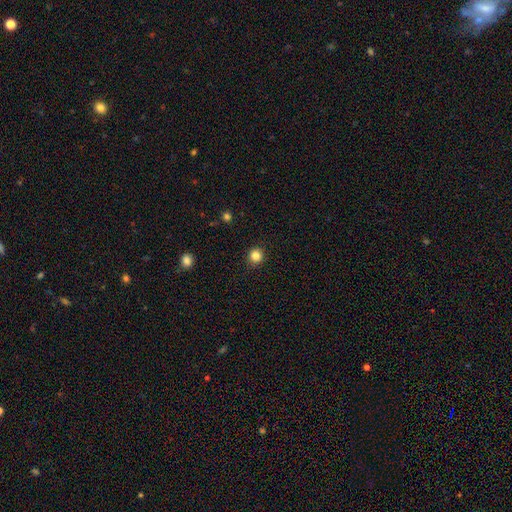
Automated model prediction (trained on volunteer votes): smooth_or_featured: smooth (p=0.84) [alt: star or artifact p=0.12]
how_rounded: round (p=0.93) [alt: in between p=0.06]
merging: none (p=0.92) [alt: minor disturbance p=0.06]